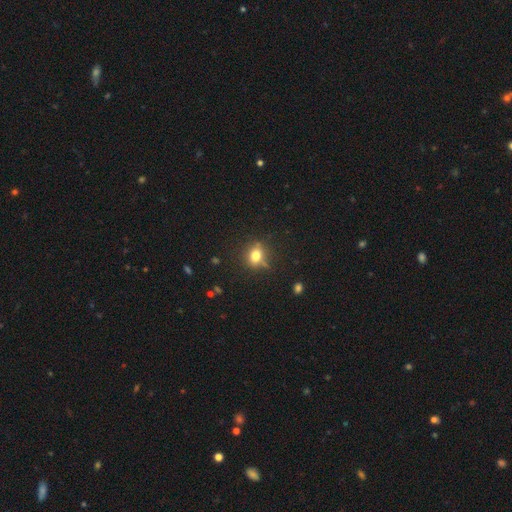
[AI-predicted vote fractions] This is likely a smooth galaxy (75%). How rounded: possibly round (57%). Merging: likely none (73%).